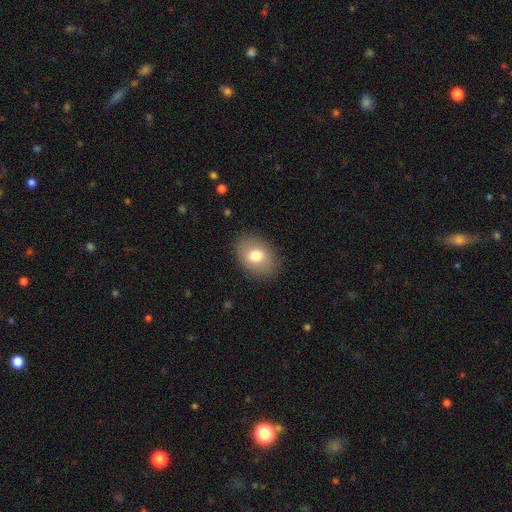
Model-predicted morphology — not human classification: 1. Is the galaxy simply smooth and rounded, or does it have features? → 75% smooth, 17% featured or disk, 8% star or artifact.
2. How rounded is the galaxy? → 73% in between, 26% round, 1% cigar-shaped.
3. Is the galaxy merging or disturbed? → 86% none, 10% minor disturbance, 3% major disturbance, 1% merger.